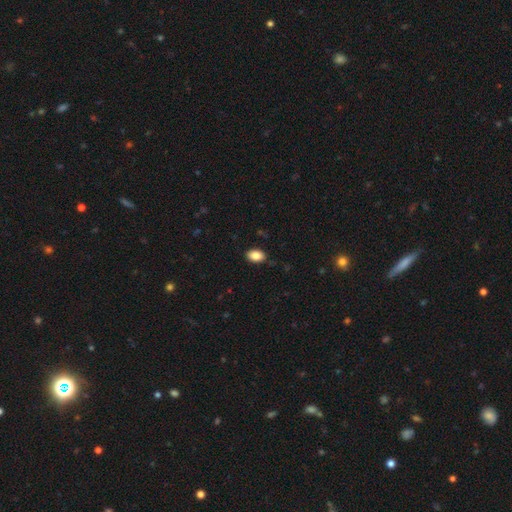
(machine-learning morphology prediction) Q: Smooth or featured?
A: smooth (86%); runner-up: star or artifact (8%)
Q: How rounded?
A: in between (88%); runner-up: round (11%)
Q: Merging?
A: none (86%); runner-up: minor disturbance (11%)